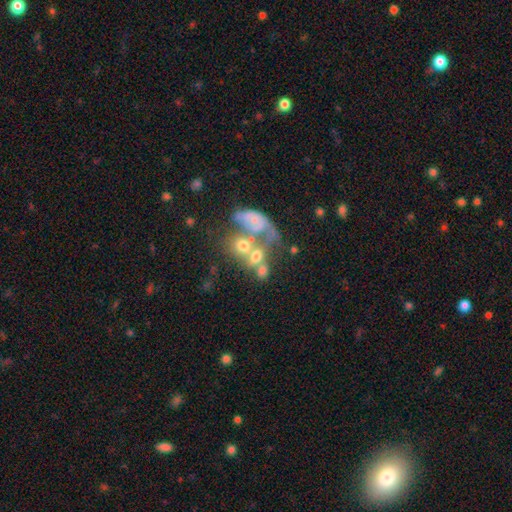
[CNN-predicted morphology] A featured or disk galaxy (45%).

Vote fractions:
- Smooth or featured? featured or disk: 45% / smooth: 40% / star or artifact: 15%
- Merging? merger: 59% / major disturbance: 16% / none: 16% / minor disturbance: 9%